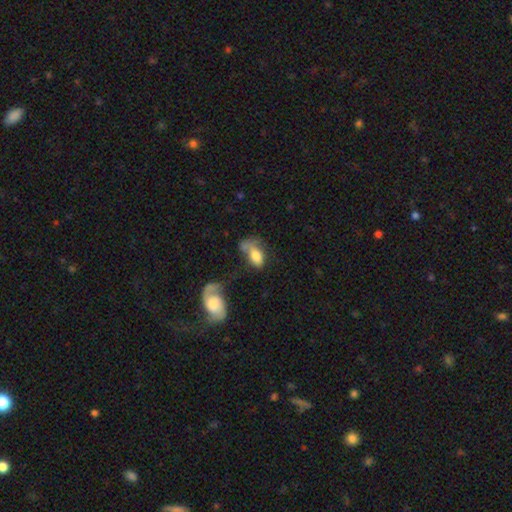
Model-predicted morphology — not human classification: This is likely a smooth galaxy (66%). How rounded: clearly in between (88%). Merging: marginally major disturbance (32%).